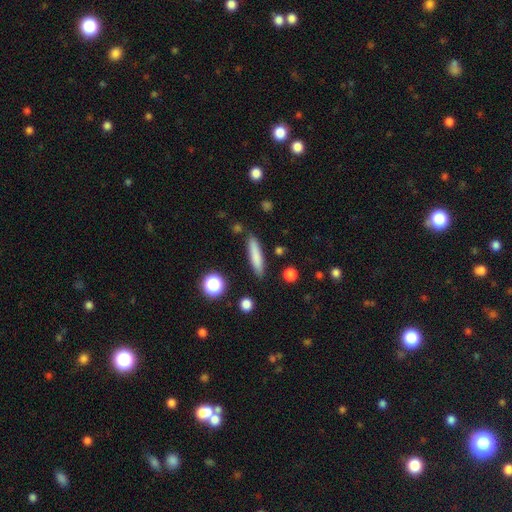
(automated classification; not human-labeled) Q: Smooth or featured?
A: smooth (78%); runner-up: featured or disk (14%)
Q: How rounded?
A: cigar-shaped (86%); runner-up: in between (12%)
Q: Merging?
A: none (86%); runner-up: minor disturbance (9%)